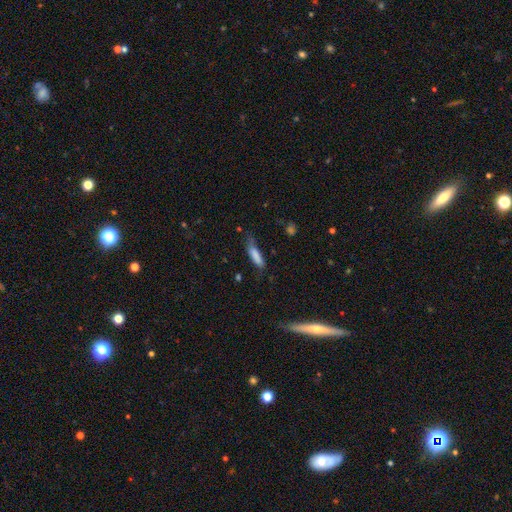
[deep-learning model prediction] Smooth or featured?
  - smooth: 80% *
  - featured or disk: 13%
  - star or artifact: 8%
How rounded?
  - cigar-shaped: 65% *
  - in between: 33%
  - round: 2%
Merging?
  - none: 46% *
  - minor disturbance: 35%
  - major disturbance: 16%
  - merger: 4%